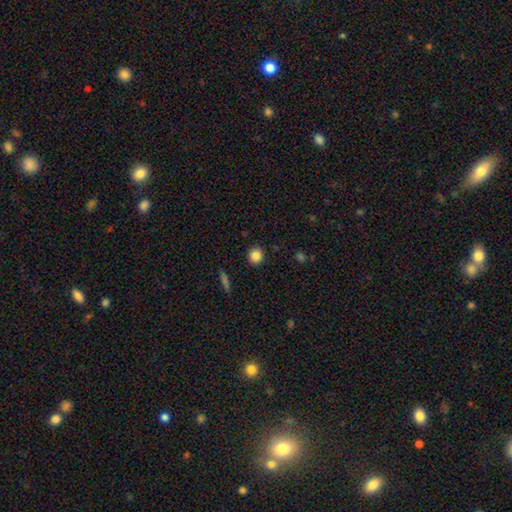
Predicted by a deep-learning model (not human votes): smooth_or_featured: smooth (p=0.85) [alt: star or artifact p=0.10]
how_rounded: round (p=0.87) [alt: in between p=0.11]
merging: none (p=0.91) [alt: minor disturbance p=0.06]